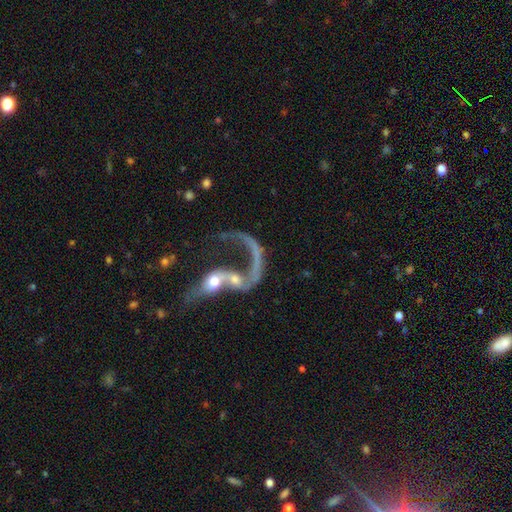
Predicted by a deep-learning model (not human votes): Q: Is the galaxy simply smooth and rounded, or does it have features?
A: featured or disk — 72%.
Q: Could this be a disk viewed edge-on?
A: no — 92%.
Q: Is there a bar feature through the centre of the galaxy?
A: no — 65%.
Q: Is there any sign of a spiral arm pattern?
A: yes — 63%.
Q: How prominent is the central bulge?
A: moderate — 44%.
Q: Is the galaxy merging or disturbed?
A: merger — 63%.